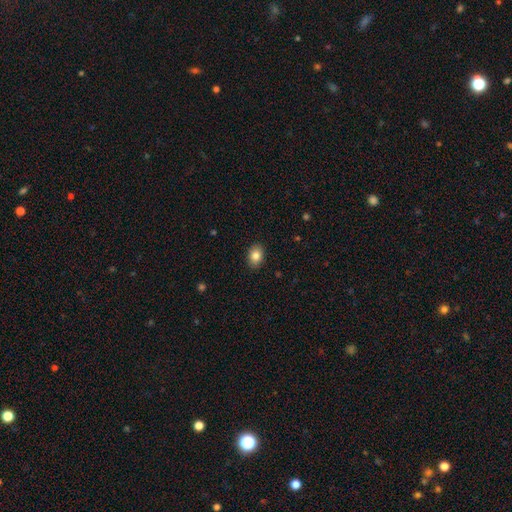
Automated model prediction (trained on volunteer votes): Smooth or featured? smooth (85%)
How rounded? in between (76%)
Merging? none (89%)